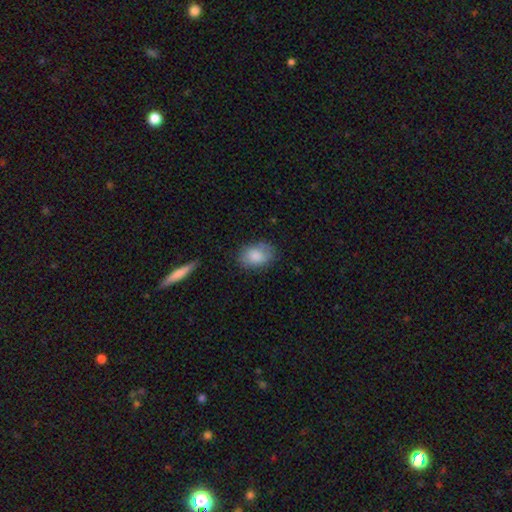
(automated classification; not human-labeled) Q: Smooth or featured?
A: smooth (82%); runner-up: featured or disk (11%)
Q: How rounded?
A: in between (83%); runner-up: round (15%)
Q: Merging?
A: none (73%); runner-up: minor disturbance (20%)